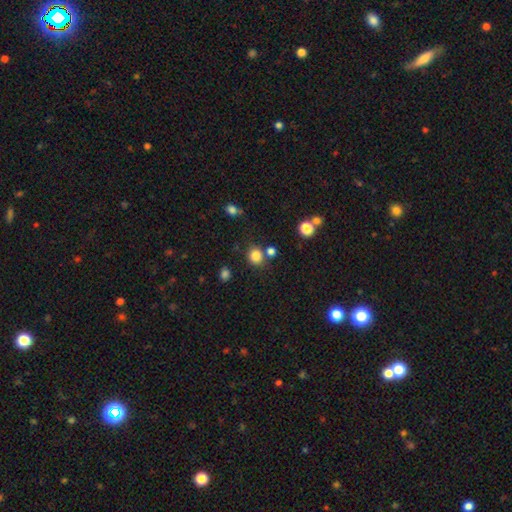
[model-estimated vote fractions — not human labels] smooth-or-featured: smooth: 82% | star or artifact: 13% | featured or disk: 5%
  how-rounded: round: 82% | in between: 17% | cigar-shaped: 1%
  merging: none: 76% | merger: 11% | minor disturbance: 10% | major disturbance: 3%